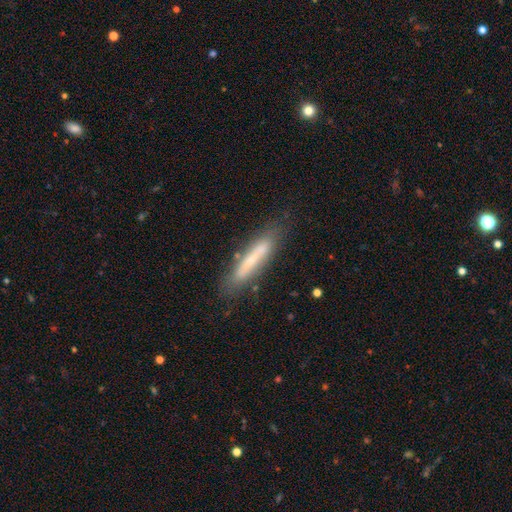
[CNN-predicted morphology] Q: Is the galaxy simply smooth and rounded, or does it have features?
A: smooth — 51%.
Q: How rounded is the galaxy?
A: cigar-shaped — 90%.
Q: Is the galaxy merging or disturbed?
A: none — 77%.